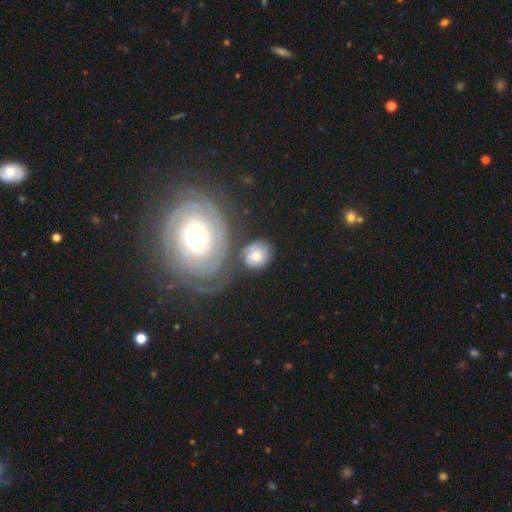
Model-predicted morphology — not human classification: A smooth galaxy with no disk features (50%). Merging: none (52%).